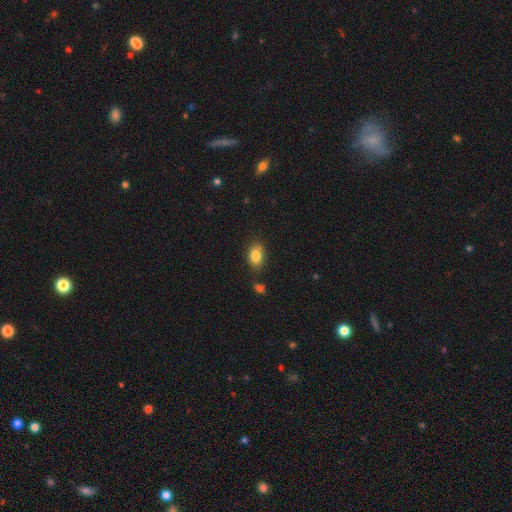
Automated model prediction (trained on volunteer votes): A smooth galaxy with no disk features (85%) that is in between round and cigar-shaped (83%). Merging: none (77%).